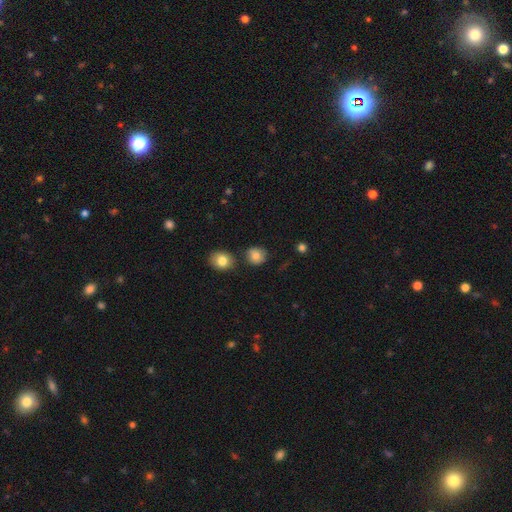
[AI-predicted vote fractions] smooth-or-featured: smooth: 80% | featured or disk: 10% | star or artifact: 10%
  how-rounded: round: 82% | in between: 17% | cigar-shaped: 1%
  merging: none: 76% | minor disturbance: 13% | merger: 7% | major disturbance: 3%